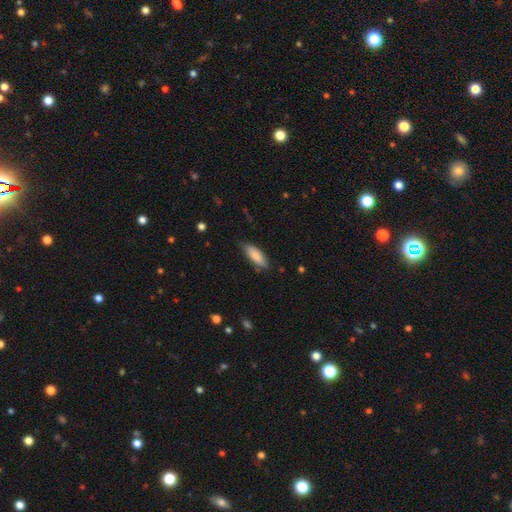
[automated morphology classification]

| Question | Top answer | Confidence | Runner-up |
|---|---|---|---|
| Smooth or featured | smooth | 84% | featured or disk (10%) |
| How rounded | in between | 66% | cigar-shaped (33%) |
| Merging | none | 75% | minor disturbance (20%) |